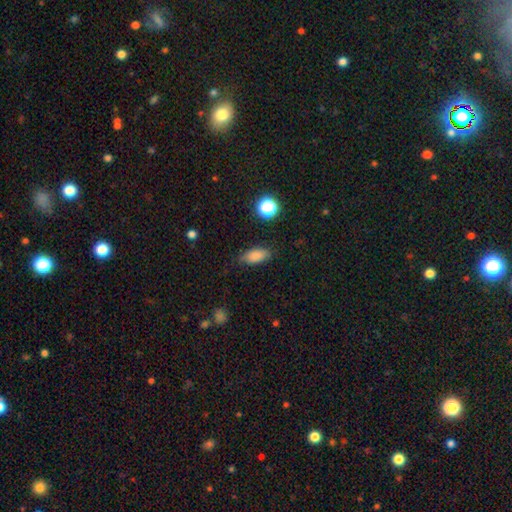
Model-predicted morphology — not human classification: A smooth galaxy with no disk features (84%) that is in between round and cigar-shaped (87%). Merging: none (80%).